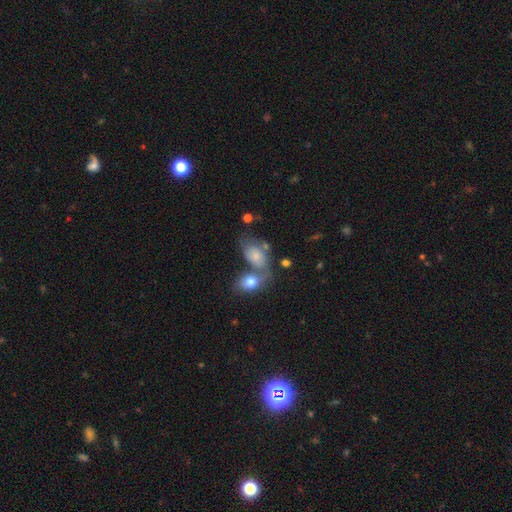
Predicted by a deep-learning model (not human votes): Morphology: type=smooth (68%); roundness=in between (86%); merging=merger (46%).